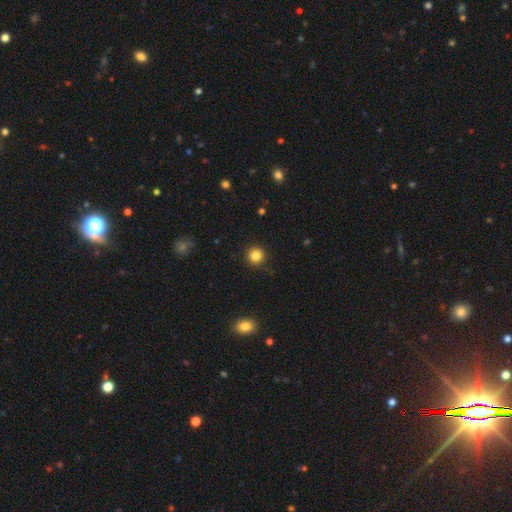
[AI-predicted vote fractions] Q: Smooth or featured?
A: smooth (84%); runner-up: star or artifact (12%)
Q: How rounded?
A: round (94%); runner-up: in between (5%)
Q: Merging?
A: none (91%); runner-up: minor disturbance (6%)